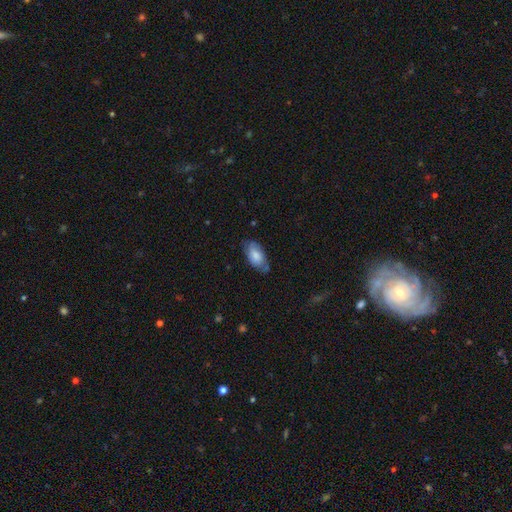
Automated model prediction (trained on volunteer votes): smooth-or-featured: smooth: 76% | featured or disk: 18% | star or artifact: 6%
  how-rounded: in between: 93% | cigar-shaped: 4% | round: 3%
  merging: none: 63% | minor disturbance: 27% | major disturbance: 6% | merger: 4%